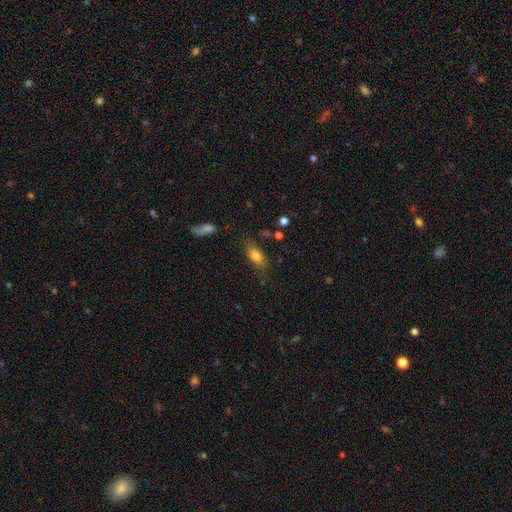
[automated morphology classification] Smooth or featured?
  - smooth: 79% *
  - featured or disk: 13%
  - star or artifact: 9%
How rounded?
  - in between: 81% *
  - cigar-shaped: 15%
  - round: 4%
Merging?
  - none: 72% *
  - minor disturbance: 18%
  - major disturbance: 6%
  - merger: 4%